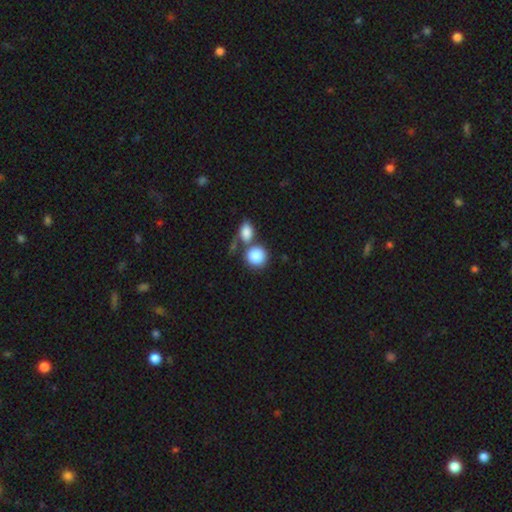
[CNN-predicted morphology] This is clearly a smooth galaxy (85%). How rounded: clearly round (80%). Merging: marginally none (45%).